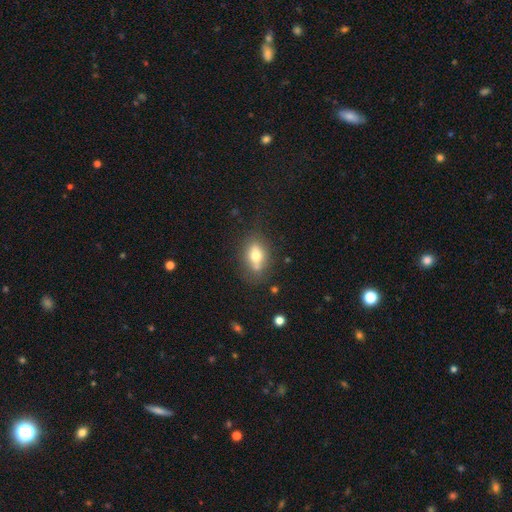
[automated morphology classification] The model was most divided on "merging": none: 63%, minor disturbance: 18%, merger: 13%, major disturbance: 6%. More confident: how rounded — in between (77%); smooth or featured — smooth (68%).